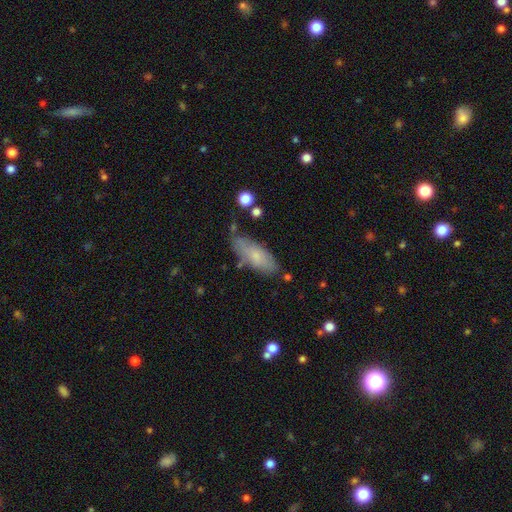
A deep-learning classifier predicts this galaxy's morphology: Smooth or featured? smooth (68%)
How rounded? in between (75%)
Merging? none (64%)